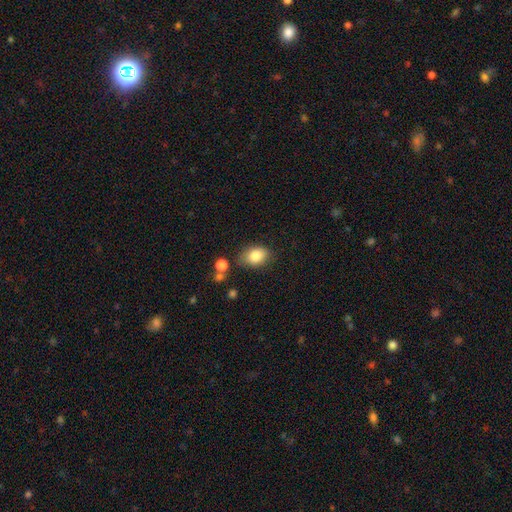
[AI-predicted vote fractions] Smooth or featured: smooth — 84% (star or artifact — 8%)
How rounded: in between — 72% (round — 26%)
Merging: none — 75% (minor disturbance — 16%)